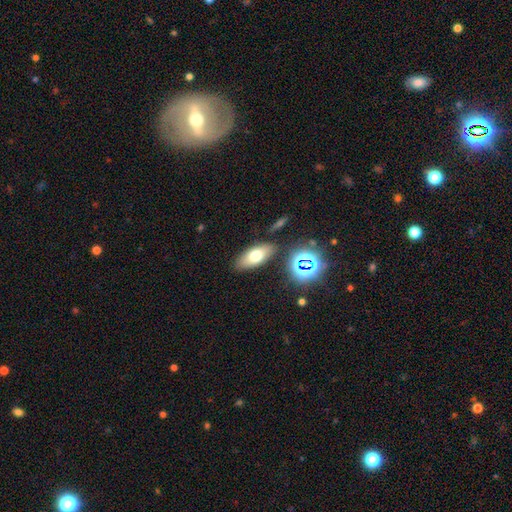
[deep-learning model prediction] Smooth or featured: smooth — 67% (featured or disk — 20%)
How rounded: in between — 81% (cigar-shaped — 13%)
Merging: none — 83% (minor disturbance — 10%)